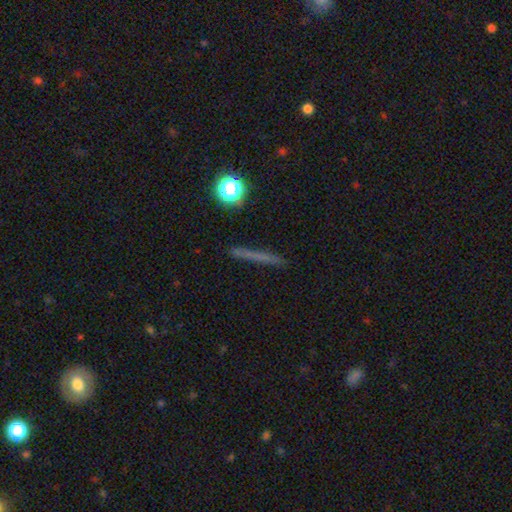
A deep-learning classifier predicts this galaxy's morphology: type=smooth (51%); roundness=cigar-shaped (89%); merging=none (89%).